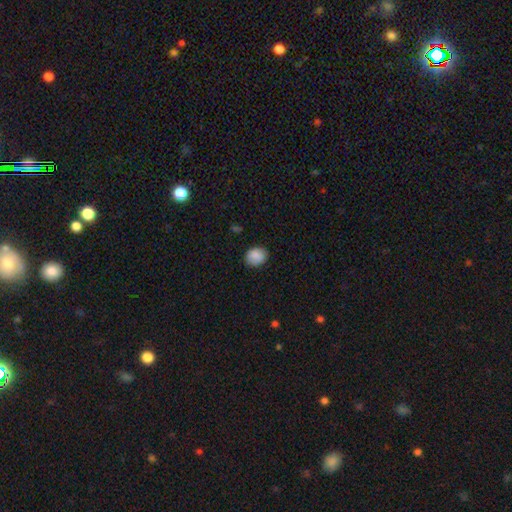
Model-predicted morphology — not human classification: The model was most divided on "how rounded": round: 52%, in between: 47%, cigar-shaped: 1%. More confident: smooth or featured — smooth (87%); merging — none (84%).